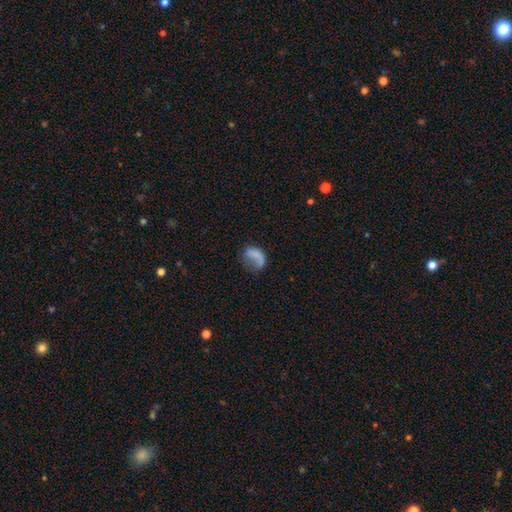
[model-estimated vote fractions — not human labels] The model was most divided on "merging": major disturbance: 43%, none: 31%, minor disturbance: 22%, merger: 4%. More confident: how rounded — in between (73%); smooth or featured — smooth (62%).